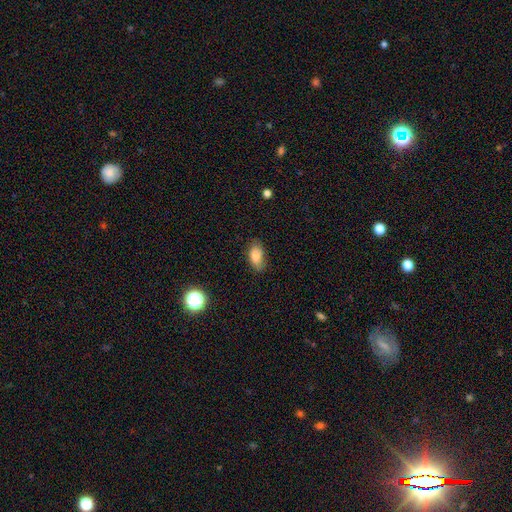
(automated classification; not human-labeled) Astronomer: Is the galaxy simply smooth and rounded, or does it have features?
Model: smooth — 82%.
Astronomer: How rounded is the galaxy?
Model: in between — 90%.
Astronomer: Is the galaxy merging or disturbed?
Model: none — 77%.